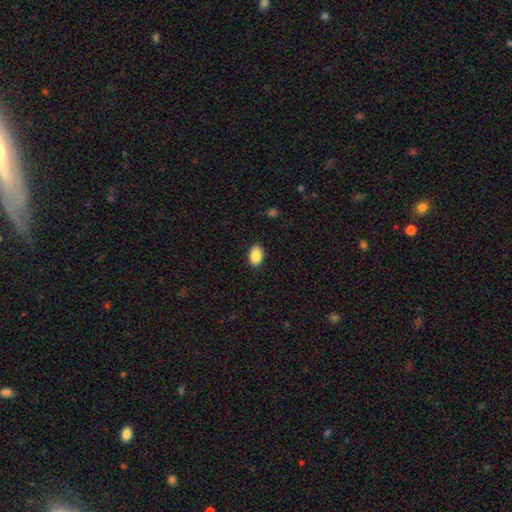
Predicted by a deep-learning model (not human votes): This appears to be a smooth galaxy with no disk features (89%) that is in between round and cigar-shaped (86%). Merging: none (88%).